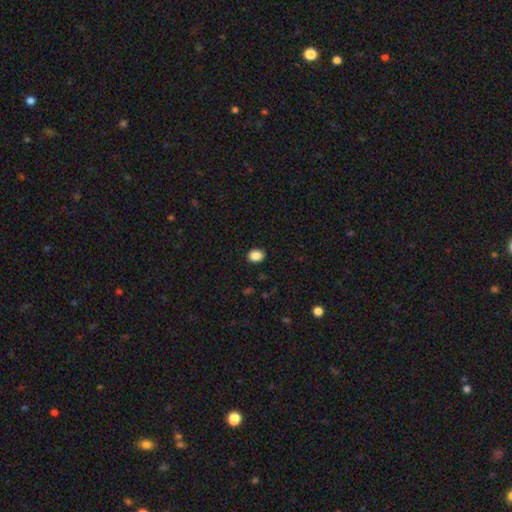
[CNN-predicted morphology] Smooth or featured? smooth (88%)
How rounded? in between (59%)
Merging? none (91%)